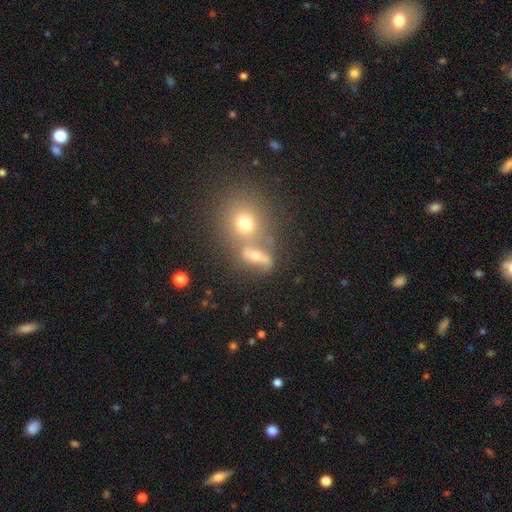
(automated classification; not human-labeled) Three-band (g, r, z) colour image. It shows a smooth galaxy with no disk features (54%) that is round (51%). Merging: none (44%).